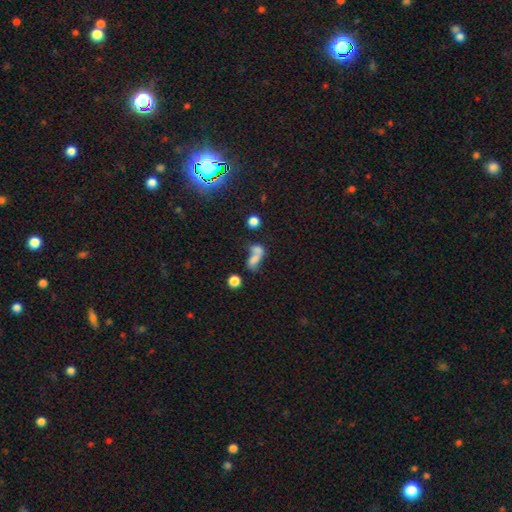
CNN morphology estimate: smooth_or_featured: smooth (p=0.64) [alt: featured or disk p=0.21]
how_rounded: in between (p=0.68) [alt: round p=0.21]
merging: merger (p=0.57) [alt: none p=0.21]